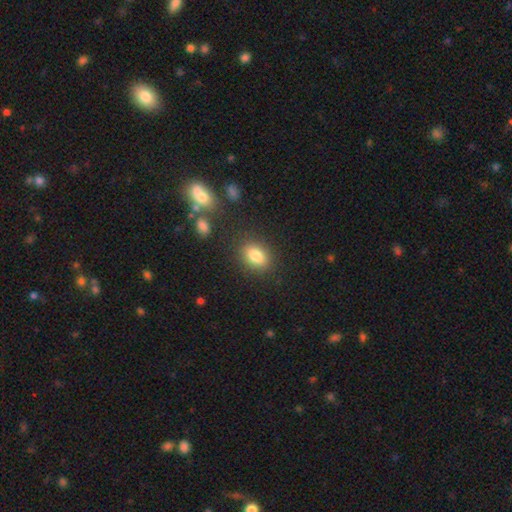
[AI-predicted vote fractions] Smooth or featured? Predicted: smooth (p=0.83). How rounded? Predicted: in between (p=0.72). Merging? Predicted: none (p=0.84).